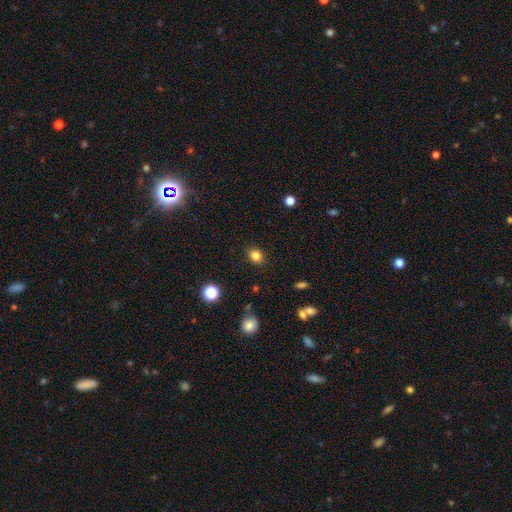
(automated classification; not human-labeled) smooth-or-featured: smooth: 83% | star or artifact: 12% | featured or disk: 5%
  how-rounded: round: 60% | in between: 39% | cigar-shaped: 1%
  merging: none: 88% | minor disturbance: 8% | major disturbance: 2% | merger: 1%